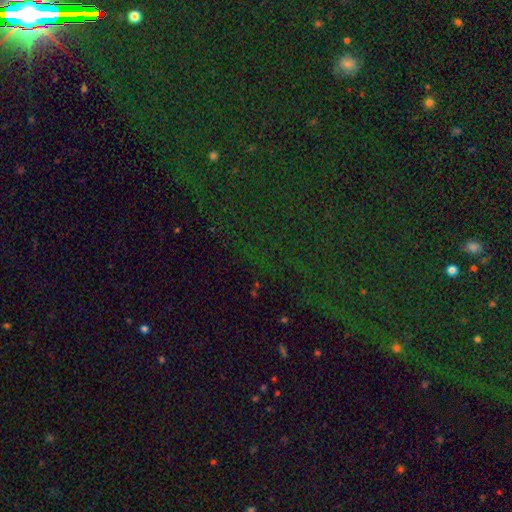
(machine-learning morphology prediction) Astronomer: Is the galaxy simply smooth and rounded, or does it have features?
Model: star or artifact — 82%.